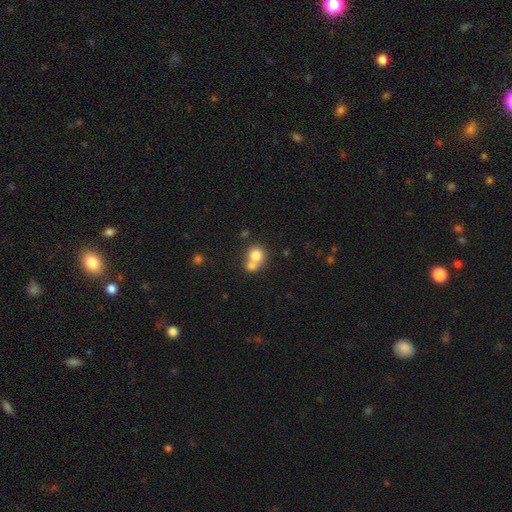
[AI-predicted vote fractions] Overall: smooth (76%). How rounded: round (82%). Merging: merger (57%; none 34%).